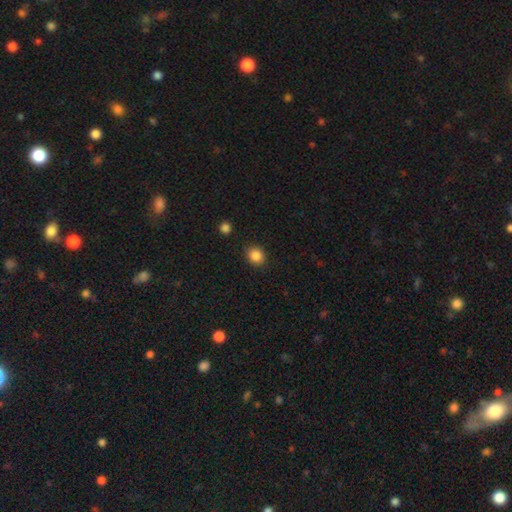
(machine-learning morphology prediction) Overall: smooth (86%). How rounded: round (69%; in between 30%). Merging: none (88%).